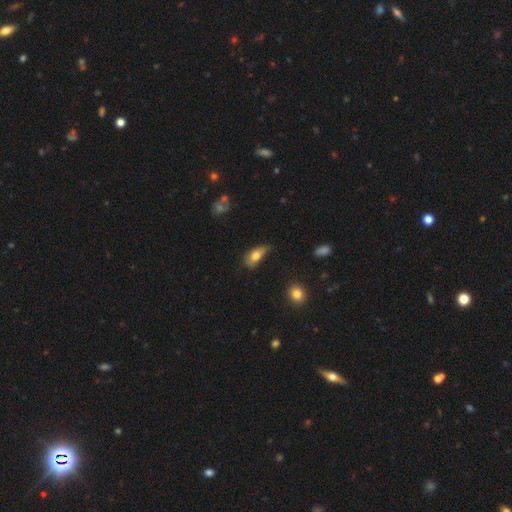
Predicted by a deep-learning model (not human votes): smooth-or-featured: smooth: 75% | featured or disk: 17% | star or artifact: 8%
  how-rounded: in between: 86% | round: 7% | cigar-shaped: 7%
  merging: minor disturbance: 41% | none: 37% | major disturbance: 18% | merger: 3%